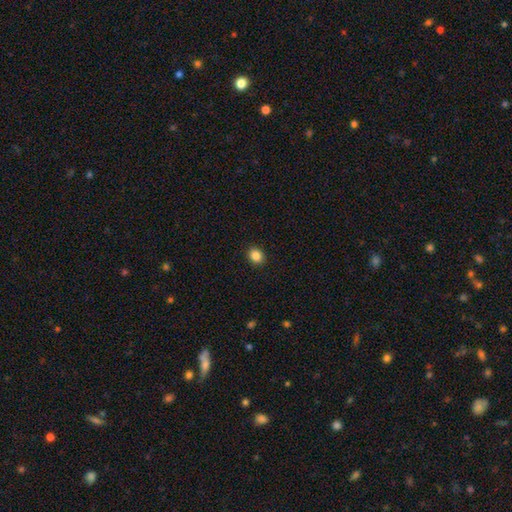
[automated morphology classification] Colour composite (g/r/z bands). It shows a smooth galaxy with no disk features (86%) that is round (68%). Merging: none (92%).